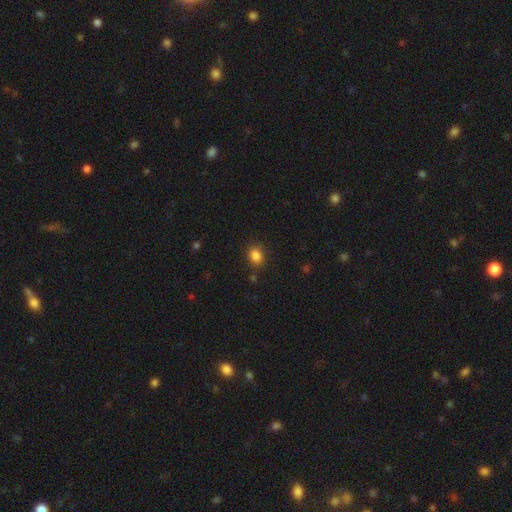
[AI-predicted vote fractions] Smooth or featured: smooth — 84% (star or artifact — 11%)
How rounded: in between — 53% (round — 46%)
Merging: none — 83% (minor disturbance — 11%)